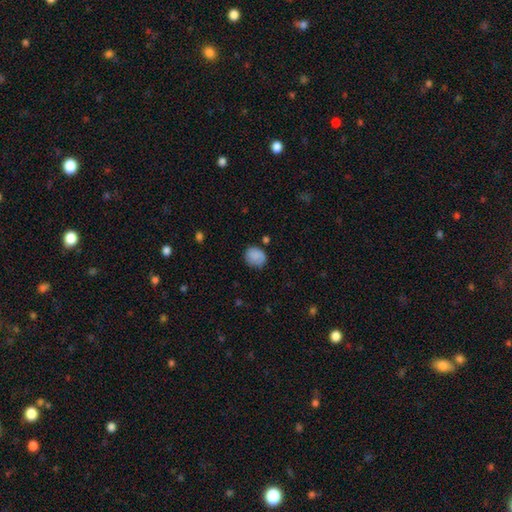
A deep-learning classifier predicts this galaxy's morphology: Q: Smooth or featured?
A: smooth (83%); runner-up: star or artifact (9%)
Q: How rounded?
A: round (64%); runner-up: in between (35%)
Q: Merging?
A: none (70%); runner-up: minor disturbance (21%)